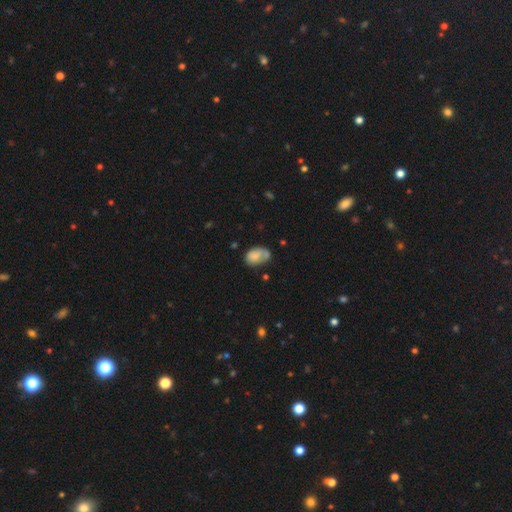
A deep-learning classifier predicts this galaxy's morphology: The model was most divided on "merging": none: 42%, minor disturbance: 27%, merger: 17%, major disturbance: 15%. More confident: how rounded — in between (83%); smooth or featured — smooth (73%).